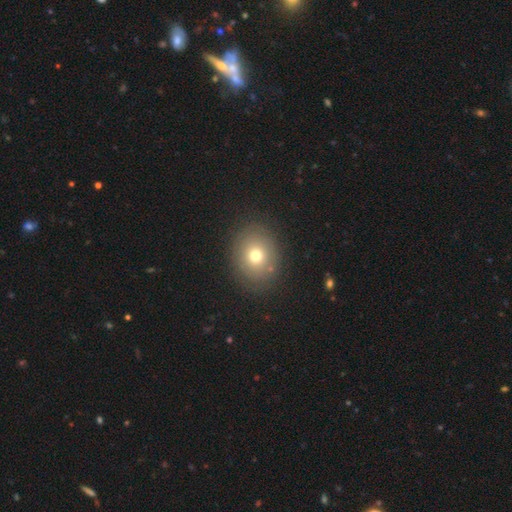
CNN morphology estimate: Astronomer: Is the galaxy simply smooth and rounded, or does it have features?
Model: smooth — 71%.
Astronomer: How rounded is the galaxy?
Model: round — 59% (runner-up: in between, 40%).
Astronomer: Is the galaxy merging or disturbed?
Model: none — 84%.